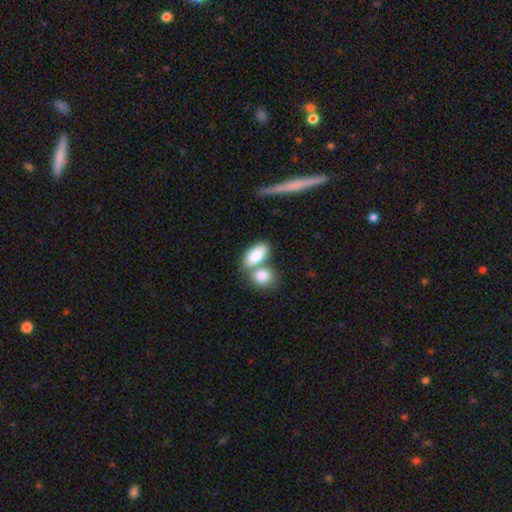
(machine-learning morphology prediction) A smooth galaxy with no disk features (81%) that is in between round and cigar-shaped (88%). Merging: merger (48%).